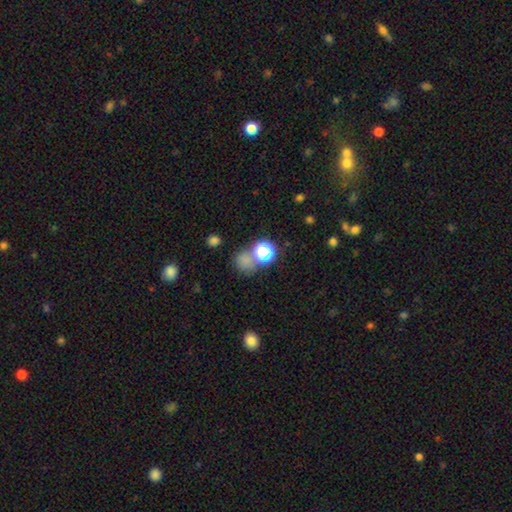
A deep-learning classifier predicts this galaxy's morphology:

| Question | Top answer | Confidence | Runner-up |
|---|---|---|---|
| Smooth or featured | smooth | 46% | star or artifact (40%) |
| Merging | none | 58% | merger (21%) |